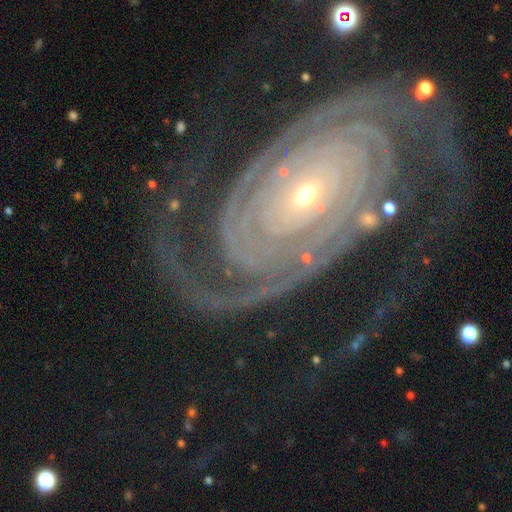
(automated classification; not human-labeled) Morphology: type=featured or disk (91%); edge-on=no (97%); bar=no (70%); spiral arms=yes (98%); winding=tight (78%); arm count=2 (71%); bulge=small (70%); merging=none (72%).